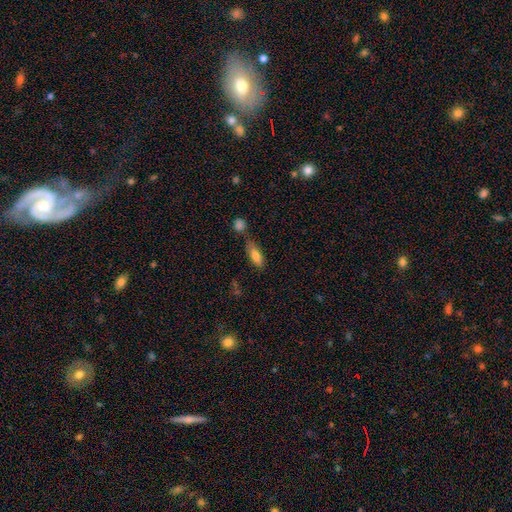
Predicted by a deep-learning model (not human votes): Smooth or featured? Predicted: smooth (p=0.79). How rounded? Predicted: in between (p=0.70). Merging? Predicted: none (p=0.61).